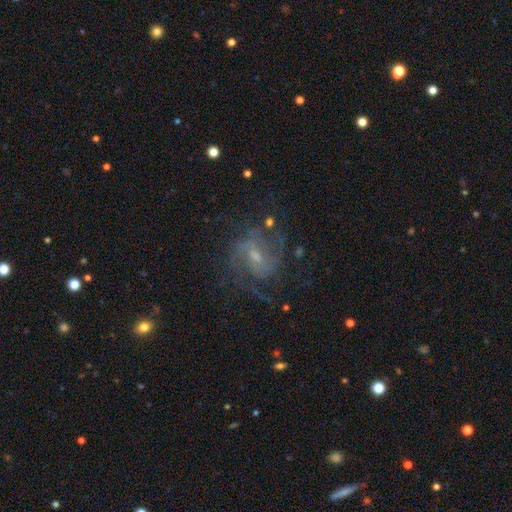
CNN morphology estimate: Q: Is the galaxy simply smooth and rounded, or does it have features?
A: featured or disk — 80%.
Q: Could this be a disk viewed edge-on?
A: no — 97%.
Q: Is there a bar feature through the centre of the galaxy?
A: weak — 53%.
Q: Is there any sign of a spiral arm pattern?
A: yes — 94%.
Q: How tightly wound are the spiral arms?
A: medium — 50%.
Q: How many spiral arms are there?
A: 2 — 42%.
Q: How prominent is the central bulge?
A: small — 55%.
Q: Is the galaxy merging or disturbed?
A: none — 67%.